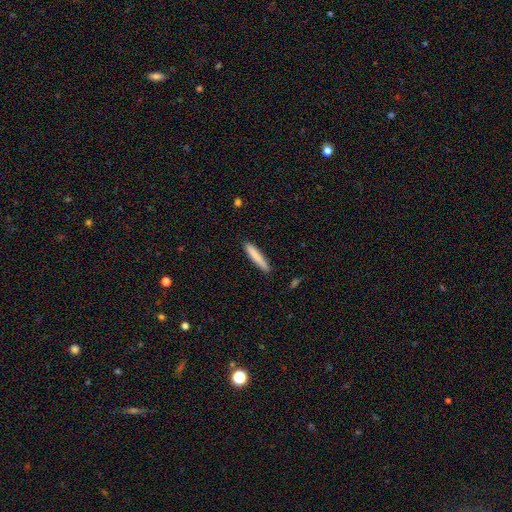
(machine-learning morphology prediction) smooth-or-featured: smooth: 82% | featured or disk: 12% | star or artifact: 6%
  how-rounded: cigar-shaped: 93% | in between: 6% | round: 1%
  merging: none: 89% | minor disturbance: 8% | major disturbance: 2% | merger: 1%